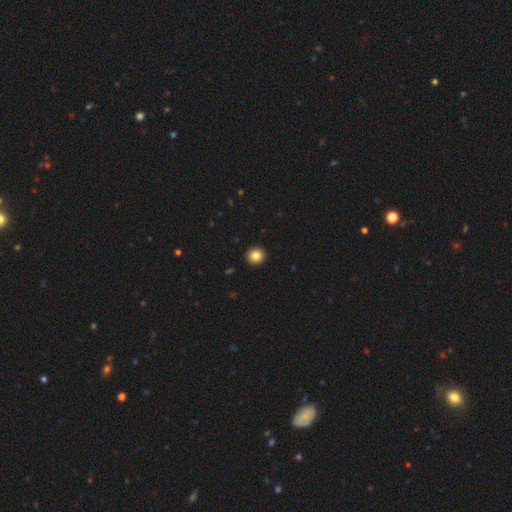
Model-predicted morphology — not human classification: Smooth or featured?
  - smooth: 84% *
  - star or artifact: 10%
  - featured or disk: 6%
How rounded?
  - round: 88% *
  - in between: 11%
  - cigar-shaped: 1%
Merging?
  - none: 93% *
  - minor disturbance: 4%
  - major disturbance: 1%
  - merger: 1%